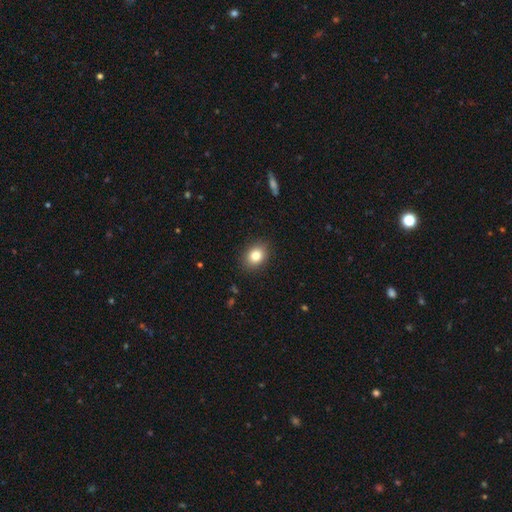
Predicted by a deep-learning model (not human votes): Q: Smooth or featured?
A: smooth (83%); runner-up: star or artifact (9%)
Q: How rounded?
A: in between (60%); runner-up: round (39%)
Q: Merging?
A: none (88%); runner-up: minor disturbance (8%)